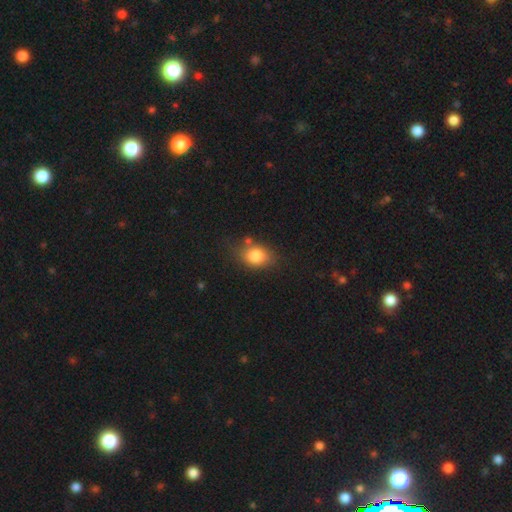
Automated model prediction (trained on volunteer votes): smooth-or-featured: smooth: 82% | star or artifact: 9% | featured or disk: 9%
  how-rounded: in between: 63% | round: 35% | cigar-shaped: 1%
  merging: none: 68% | minor disturbance: 20% | merger: 6% | major disturbance: 6%